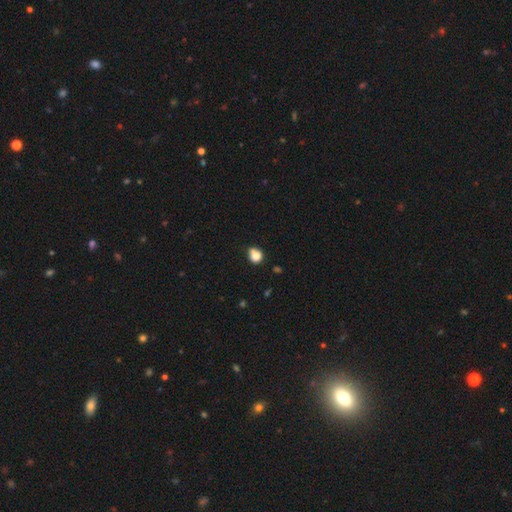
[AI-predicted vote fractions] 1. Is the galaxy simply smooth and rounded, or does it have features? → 82% smooth, 11% star or artifact, 8% featured or disk.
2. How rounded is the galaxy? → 64% round, 35% in between, 1% cigar-shaped.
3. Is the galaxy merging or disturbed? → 49% none, 33% minor disturbance, 9% major disturbance, 9% merger.